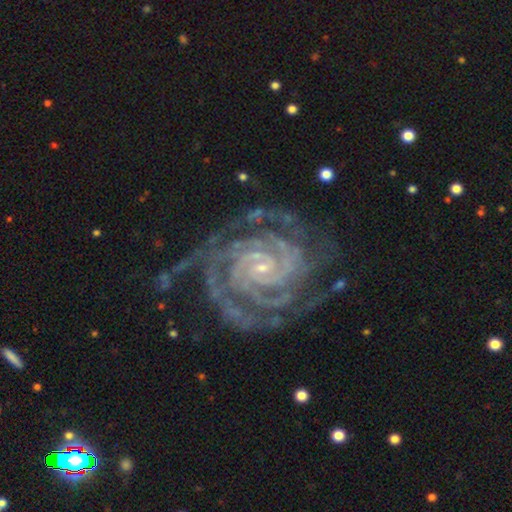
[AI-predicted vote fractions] The model was most divided on "spiral arm count": 2: 24%, 4: 22%, 3: 20%, can't tell: 13%, more than 4: 13%, 1: 8%. More confident: spiral arms — yes (99%); edge-on disk — no (98%); smooth or featured — featured or disk (93%); bulge size — small (82%); spiral winding — tight (80%); merging — none (71%); bar — no (50%).